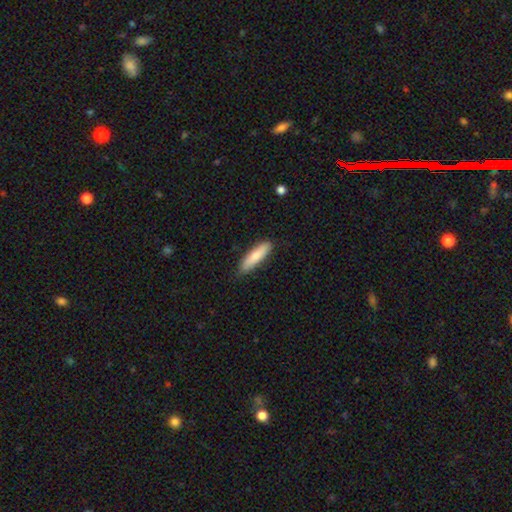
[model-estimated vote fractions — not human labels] smooth-or-featured: smooth: 79% | featured or disk: 16% | star or artifact: 5%
  how-rounded: cigar-shaped: 71% | in between: 28% | round: 1%
  merging: none: 84% | minor disturbance: 12% | major disturbance: 2% | merger: 1%